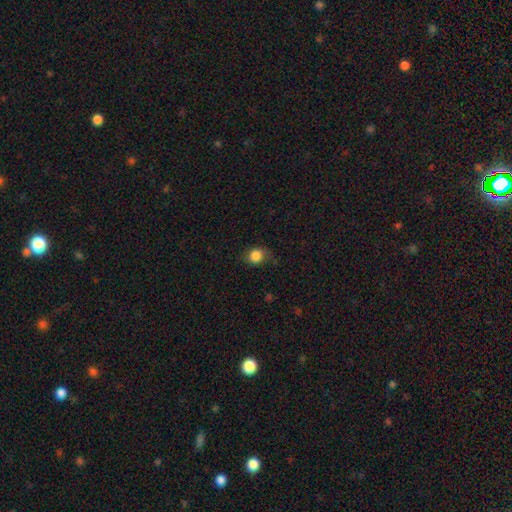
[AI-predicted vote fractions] The model was most divided on "merging": none: 67%, minor disturbance: 24%, major disturbance: 8%, merger: 1%. More confident: smooth or featured — smooth (84%); how rounded — round (76%).